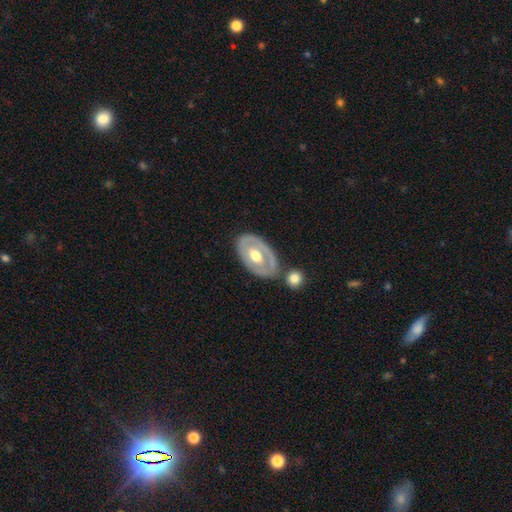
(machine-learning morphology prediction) smooth_or_featured: featured or disk (p=0.61) [alt: smooth p=0.34]
disk_edge_on: no (p=0.90) [alt: yes p=0.10]
bar: no (p=0.71) [alt: weak p=0.21]
has_spiral_arms: no (p=0.76) [alt: yes p=0.24]
bulge_size: moderate (p=0.74) [alt: large p=0.17]
merging: none (p=0.69) [alt: minor disturbance p=0.16]